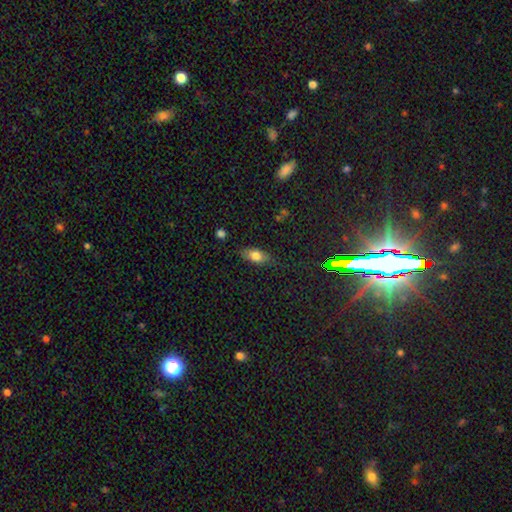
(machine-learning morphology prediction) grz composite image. It shows a smooth galaxy with no disk features (76%) that is in between round and cigar-shaped (83%). Merging: none (80%).